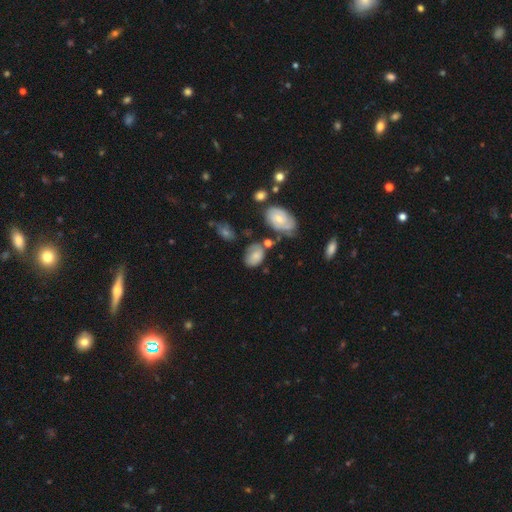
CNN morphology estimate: A smooth galaxy with no disk features (64%) that is in between round and cigar-shaped (75%). Merging: none (49%).